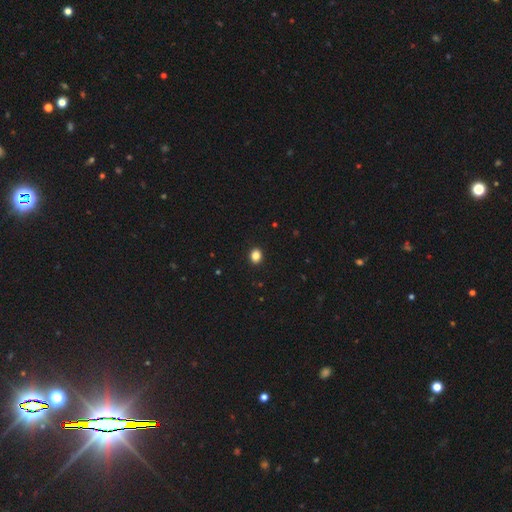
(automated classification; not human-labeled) Overall: smooth (85%). How rounded: round (63%; in between 36%). Merging: none (92%).